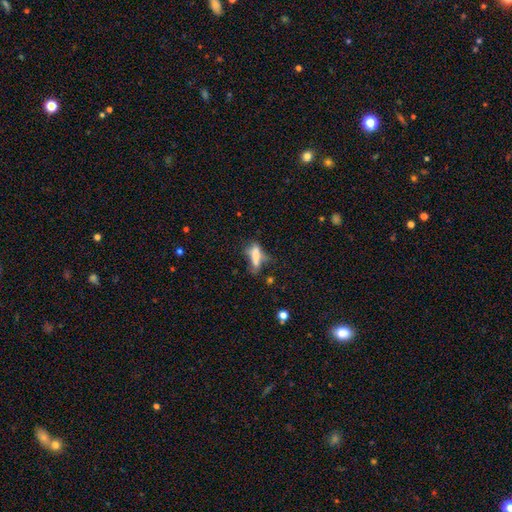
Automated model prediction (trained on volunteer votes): Morphology: type=smooth (63%); roundness=cigar-shaped (57%); merging=none (37%).